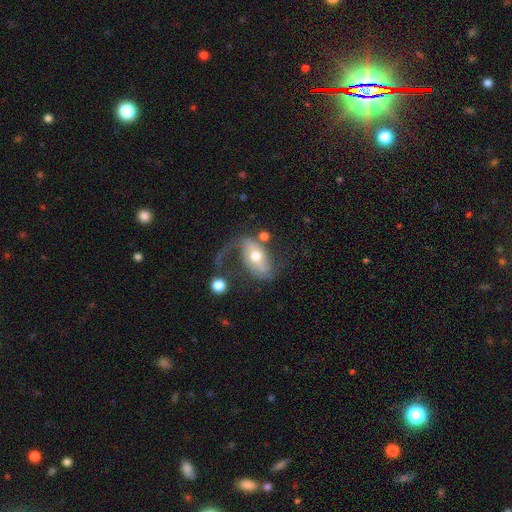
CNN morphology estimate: Q: Smooth or featured?
A: featured or disk (68%); runner-up: smooth (25%)
Q: Edge-on disk?
A: no (92%); runner-up: yes (8%)
Q: Bar?
A: no (47%); runner-up: weak (32%)
Q: Spiral arms?
A: yes (81%); runner-up: no (19%)
Q: Spiral winding?
A: loose (71%); runner-up: medium (21%)
Q: Spiral arm count?
A: 2 (60%); runner-up: 1 (31%)
Q: Bulge size?
A: moderate (71%); runner-up: small (19%)
Q: Merging?
A: none (36%); runner-up: major disturbance (35%)